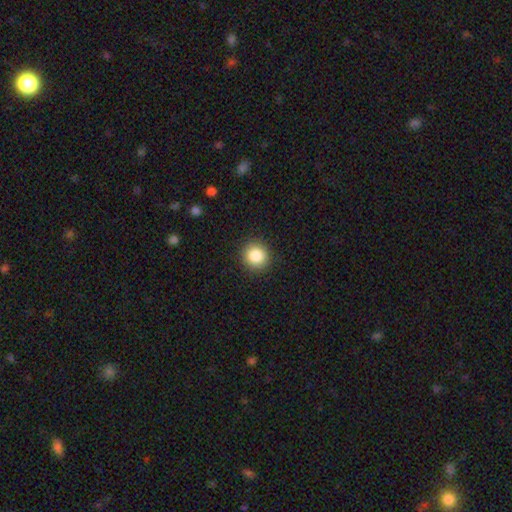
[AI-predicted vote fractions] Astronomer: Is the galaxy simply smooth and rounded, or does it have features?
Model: smooth — 86%.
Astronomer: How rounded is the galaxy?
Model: round — 92%.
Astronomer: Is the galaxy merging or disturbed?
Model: none — 91%.